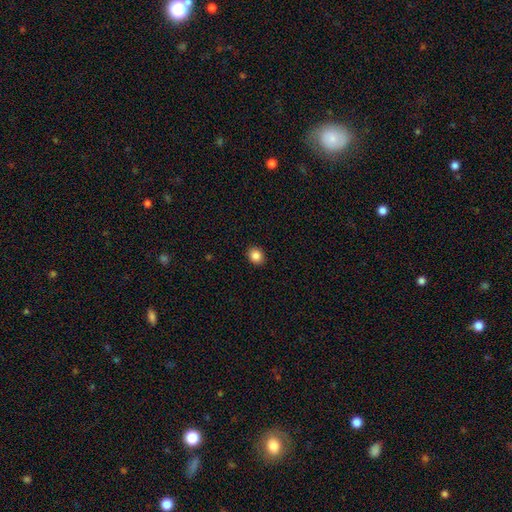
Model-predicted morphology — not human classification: A smooth galaxy with no disk features (86%) that is round (70%). Merging: none (92%).